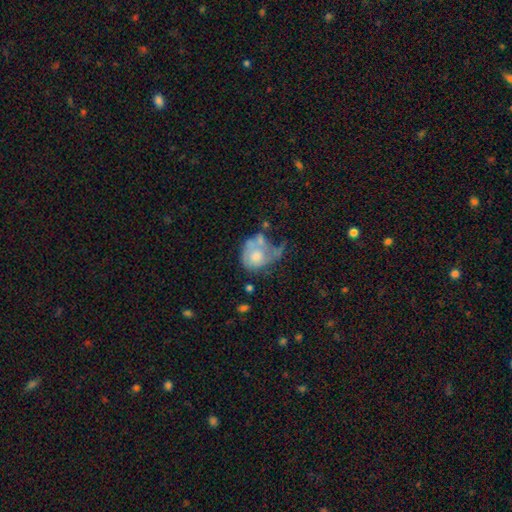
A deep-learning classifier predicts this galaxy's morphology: Smooth or featured? Predicted: featured or disk (p=0.47). Merging? Predicted: major disturbance (p=0.41).